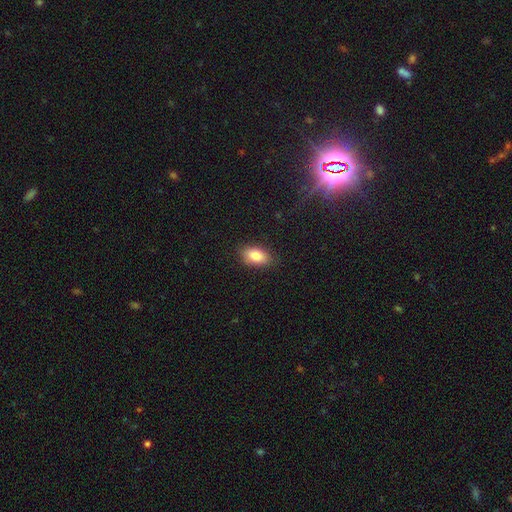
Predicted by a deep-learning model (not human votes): Smooth or featured?
  - smooth: 83% *
  - featured or disk: 9%
  - star or artifact: 8%
How rounded?
  - in between: 90% *
  - round: 6%
  - cigar-shaped: 3%
Merging?
  - none: 85% *
  - minor disturbance: 11%
  - major disturbance: 3%
  - merger: 1%